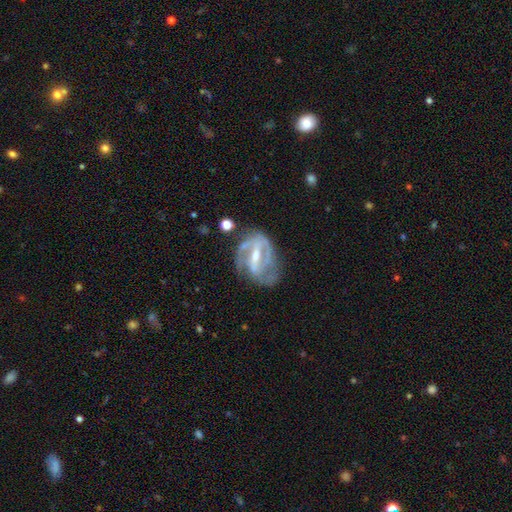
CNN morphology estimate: smooth_or_featured: featured or disk (p=0.83) [alt: smooth p=0.10]
disk_edge_on: no (p=0.95) [alt: yes p=0.05]
bar: strong (p=0.58) [alt: weak p=0.31]
has_spiral_arms: yes (p=0.85) [alt: no p=0.15]
spiral_winding: medium (p=0.43) [alt: tight p=0.37]
spiral_arm_count: 2 (p=0.57) [alt: can't tell p=0.20]
bulge_size: moderate (p=0.48) [alt: small p=0.46]
merging: none (p=0.56) [alt: minor disturbance p=0.23]